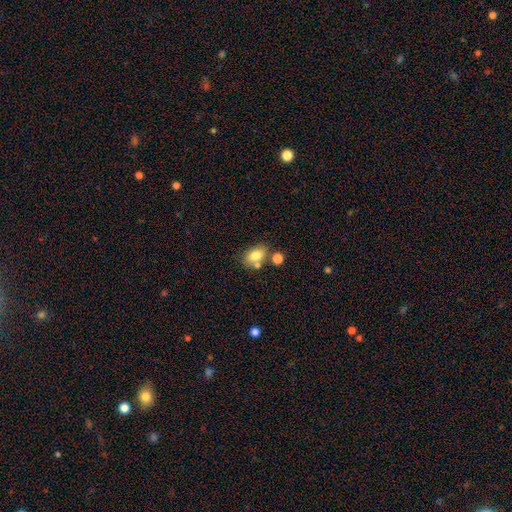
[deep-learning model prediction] Morphology: type=smooth (78%); roundness=in between (80%); merging=none (58%).